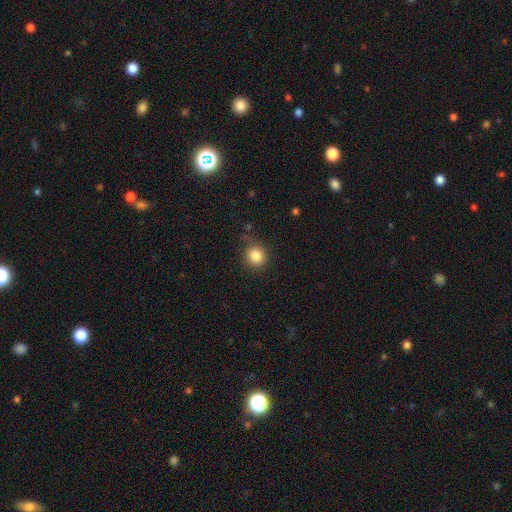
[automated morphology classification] The model was most divided on "merging": none: 74%, minor disturbance: 18%, major disturbance: 5%, merger: 2%. More confident: how rounded — round (90%); smooth or featured — smooth (84%).